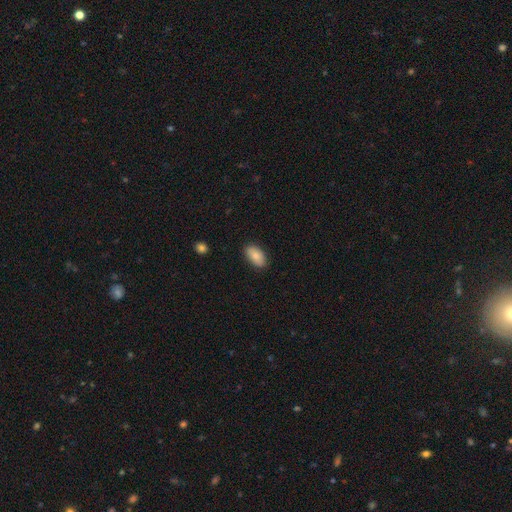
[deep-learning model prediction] Smooth or featured: smooth — 83% (featured or disk — 10%)
How rounded: in between — 94% (round — 4%)
Merging: none — 86% (minor disturbance — 11%)